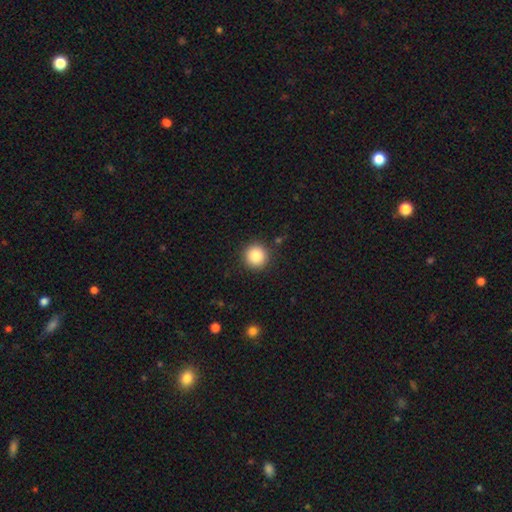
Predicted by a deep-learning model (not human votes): Q: Smooth or featured?
A: smooth (86%); runner-up: star or artifact (9%)
Q: How rounded?
A: round (95%); runner-up: in between (4%)
Q: Merging?
A: none (91%); runner-up: minor disturbance (6%)